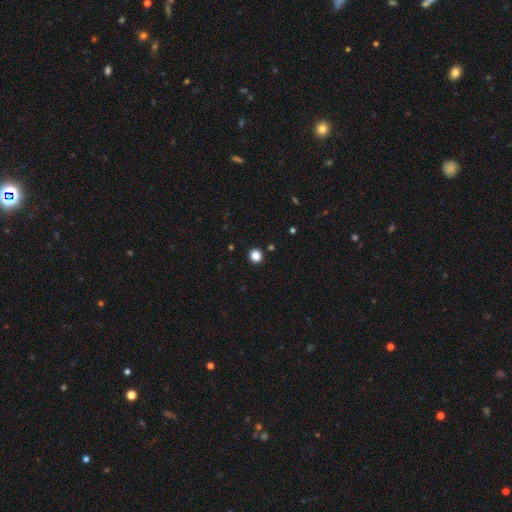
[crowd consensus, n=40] A smooth galaxy with no disk features (82%) that is round (100%). Merging: none (91%).